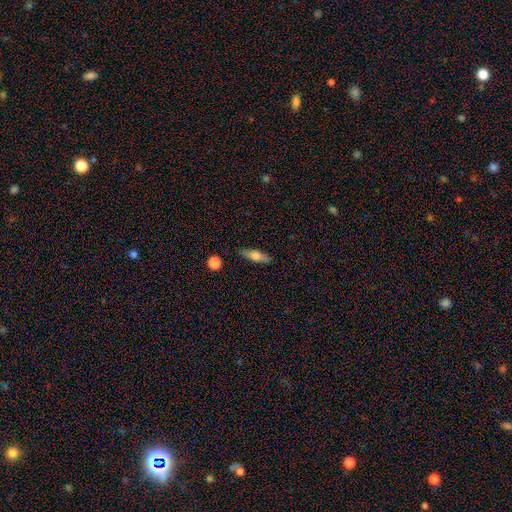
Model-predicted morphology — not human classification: smooth 64%, featured or disk 29%, star or artifact 7%. Down the decision tree: how rounded — cigar-shaped (50%); merging — none (82%).